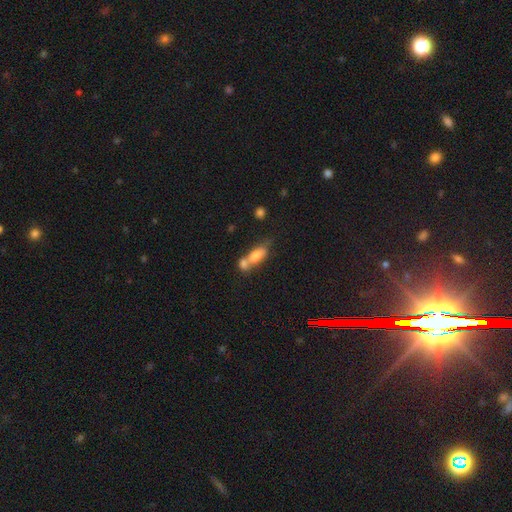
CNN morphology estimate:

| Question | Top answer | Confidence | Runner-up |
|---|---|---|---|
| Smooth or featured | smooth | 70% | featured or disk (21%) |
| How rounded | in between | 71% | cigar-shaped (24%) |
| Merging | merger | 57% | none (25%) |